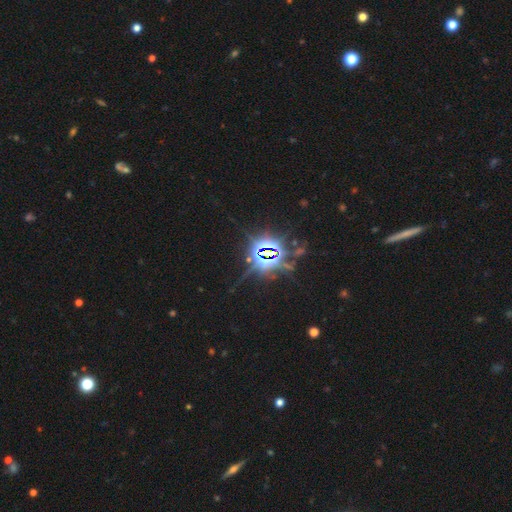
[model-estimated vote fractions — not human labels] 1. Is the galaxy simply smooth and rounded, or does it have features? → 85% star or artifact, 9% featured or disk, 6% smooth.